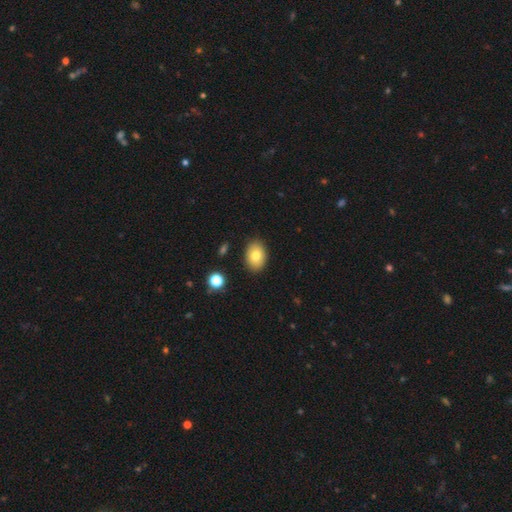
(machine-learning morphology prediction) Smooth or featured?
  - smooth: 80% *
  - featured or disk: 12%
  - star or artifact: 8%
How rounded?
  - in between: 79% *
  - round: 20%
  - cigar-shaped: 1%
Merging?
  - none: 87% *
  - minor disturbance: 9%
  - major disturbance: 2%
  - merger: 2%